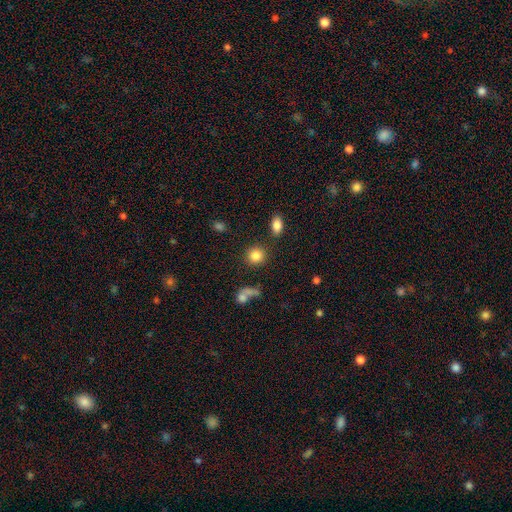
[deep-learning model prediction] smooth-or-featured: smooth: 84% | star or artifact: 9% | featured or disk: 6%
  how-rounded: round: 87% | in between: 12% | cigar-shaped: 1%
  merging: none: 81% | minor disturbance: 8% | merger: 7% | major disturbance: 4%